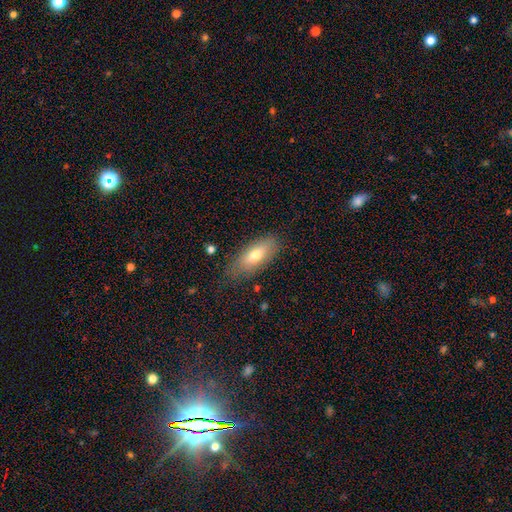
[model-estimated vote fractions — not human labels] Smooth or featured? smooth (71%)
How rounded? in between (79%)
Merging? none (76%)